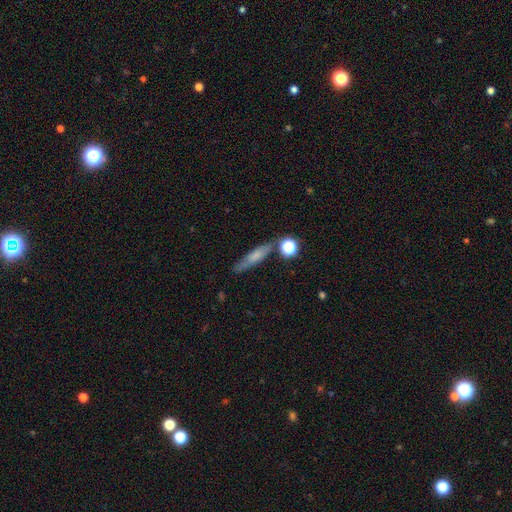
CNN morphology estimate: Smooth or featured: smooth — 58% (featured or disk — 31%)
How rounded: cigar-shaped — 77% (in between — 17%)
Merging: none — 73% (minor disturbance — 15%)